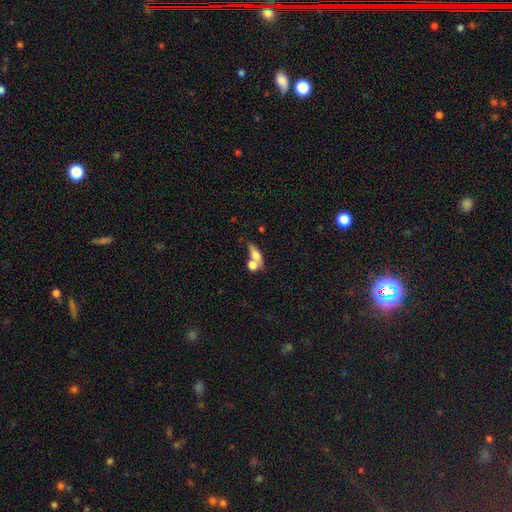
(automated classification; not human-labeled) The model was most divided on "merging": merger: 46%, none: 35%, minor disturbance: 11%, major disturbance: 8%. More confident: smooth or featured — smooth (66%); how rounded — in between (55%).